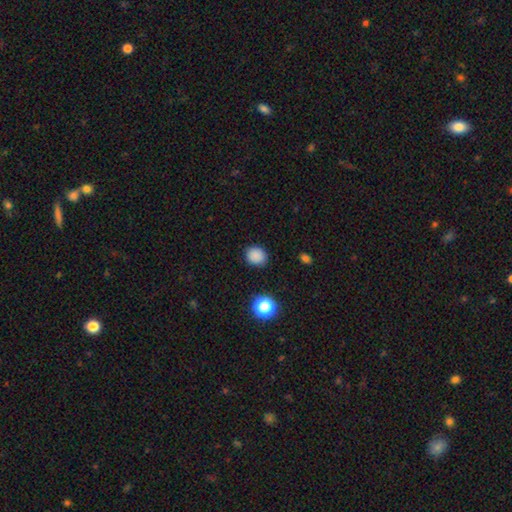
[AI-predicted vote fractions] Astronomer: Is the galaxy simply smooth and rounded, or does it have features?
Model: smooth — 85%.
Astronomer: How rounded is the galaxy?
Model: round — 72%.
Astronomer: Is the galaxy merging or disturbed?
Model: none — 86%.